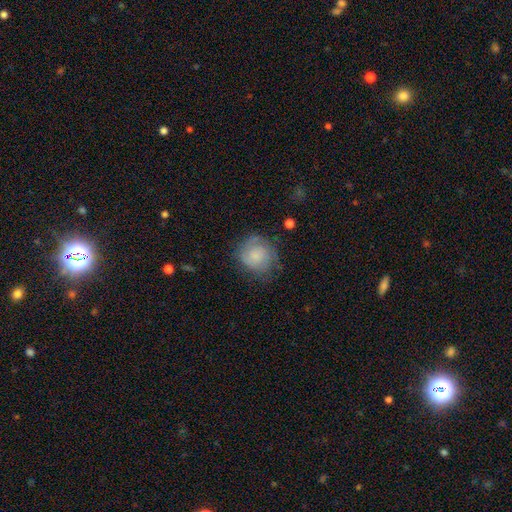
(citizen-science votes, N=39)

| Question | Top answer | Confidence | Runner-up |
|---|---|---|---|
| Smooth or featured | smooth | 51% | featured or disk (46%) |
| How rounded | round | 75% | in between (25%) |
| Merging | none | 53% | minor disturbance (32%) |